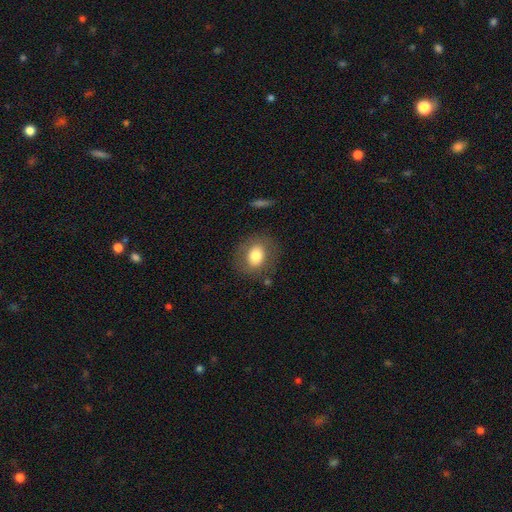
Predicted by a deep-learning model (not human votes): Smooth or featured: smooth — 73% (featured or disk — 18%)
How rounded: round — 55% (in between — 44%)
Merging: none — 79% (minor disturbance — 13%)